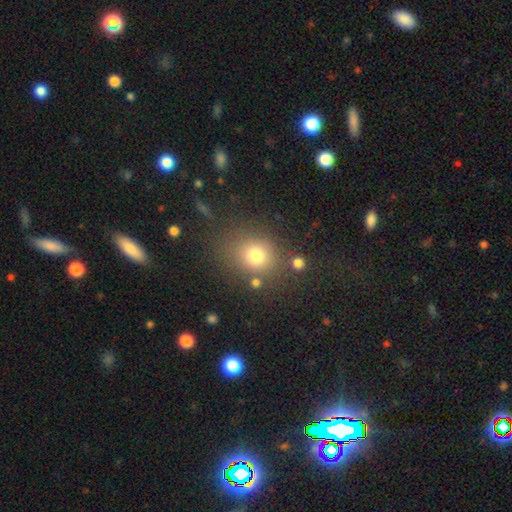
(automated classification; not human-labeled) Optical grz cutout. It shows a smooth galaxy with no disk features (75%) that is round (70%). Merging: none (75%).